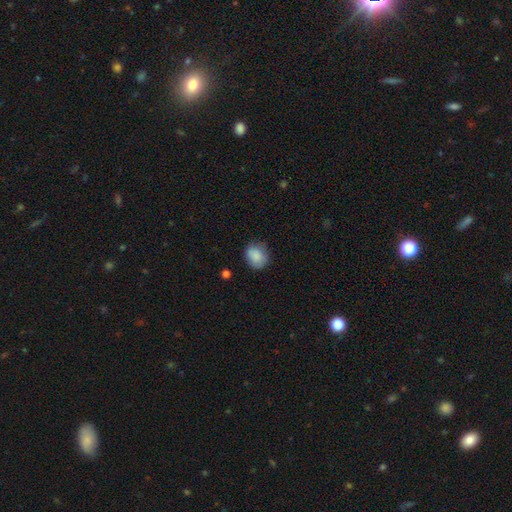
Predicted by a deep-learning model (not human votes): A smooth galaxy with no disk features (85%) that is round (63%). Merging: none (74%).